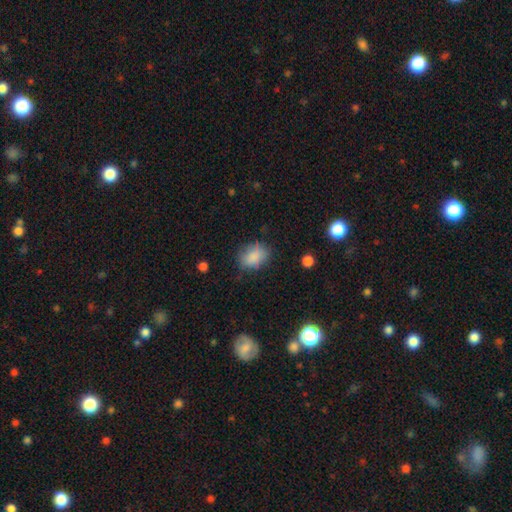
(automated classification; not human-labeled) A smooth galaxy with no disk features (85%) that is in between round and cigar-shaped (68%).

Vote fractions:
- Smooth or featured? smooth: 85% / star or artifact: 9% / featured or disk: 6%
- How rounded? in between: 68% / round: 31% / cigar-shaped: 1%
- Merging? none: 73% / minor disturbance: 20% / major disturbance: 6% / merger: 2%